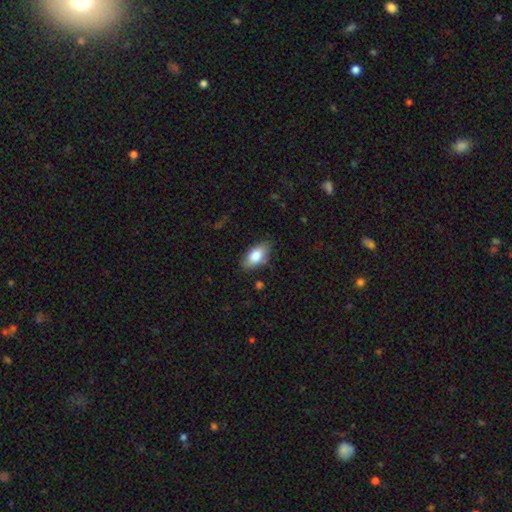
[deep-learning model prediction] smooth-or-featured: smooth: 83% | featured or disk: 10% | star or artifact: 7%
  how-rounded: in between: 91% | cigar-shaped: 5% | round: 4%
  merging: none: 80% | minor disturbance: 15% | major disturbance: 3% | merger: 1%